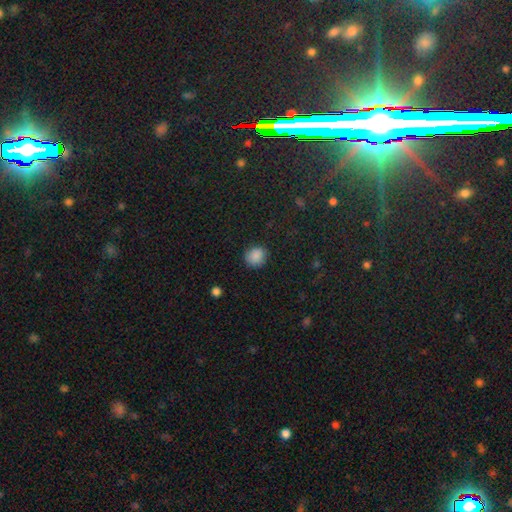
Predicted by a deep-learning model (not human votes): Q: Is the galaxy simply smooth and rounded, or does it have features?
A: smooth — 87%.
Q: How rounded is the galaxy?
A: round — 81%.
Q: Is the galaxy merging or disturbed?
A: none — 84%.